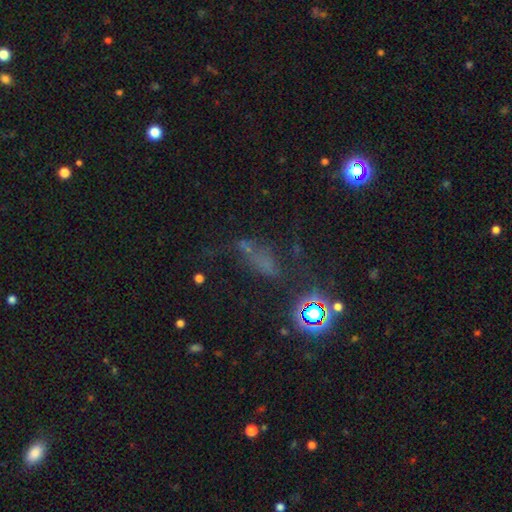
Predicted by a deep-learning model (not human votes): Smooth or featured?
  - star or artifact: 48% *
  - smooth: 31%
  - featured or disk: 21%